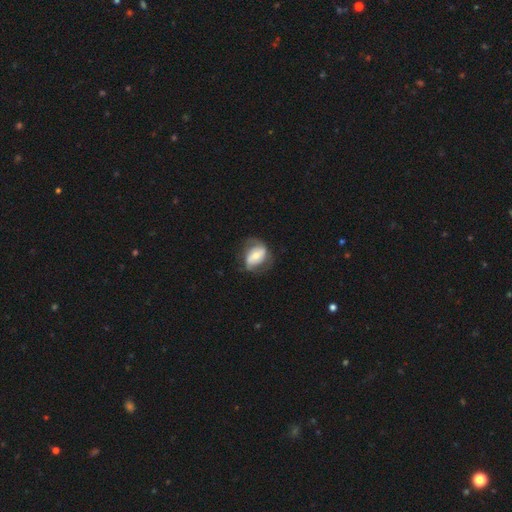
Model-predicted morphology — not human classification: Smooth or featured?
  - featured or disk: 56% *
  - smooth: 37%
  - star or artifact: 7%
Edge-on disk?
  - no: 94% *
  - yes: 6%
Bar?
  - no: 36% *
  - strong: 33%
  - weak: 31%
Spiral arms?
  - yes: 67% *
  - no: 33%
Bulge size?
  - moderate: 53% *
  - small: 35%
  - large: 8%
  - none: 2%
  - dominant: 2%
Merging?
  - none: 57% *
  - minor disturbance: 25%
  - major disturbance: 16%
  - merger: 2%